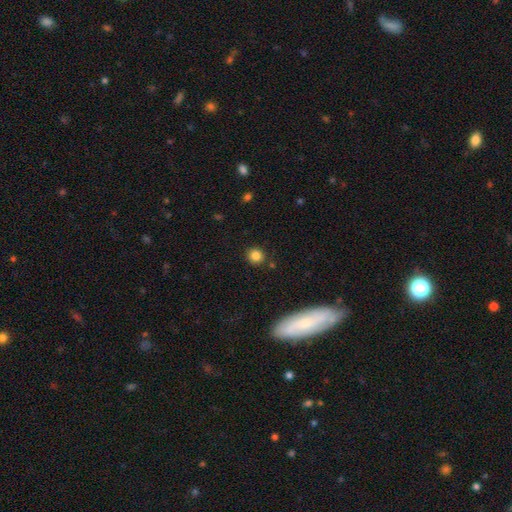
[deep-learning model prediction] smooth 83%, star or artifact 12%, featured or disk 5%. Down the decision tree: how rounded — round (89%); merging — none (88%).